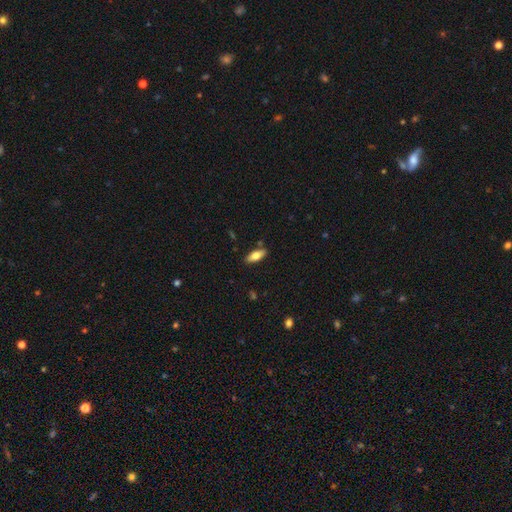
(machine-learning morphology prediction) smooth_or_featured: smooth (p=0.74) [alt: featured or disk p=0.20]
how_rounded: in between (p=0.78) [alt: cigar-shaped p=0.20]
merging: none (p=0.84) [alt: minor disturbance p=0.11]